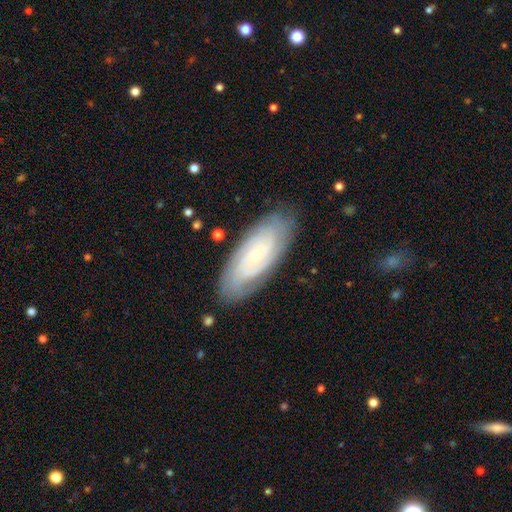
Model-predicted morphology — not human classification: Overall: featured or disk (78%). Edge-on disk: no (92%). Bar: no (77%). Spiral arms: yes (93%). Spiral arm count: can't tell (42%; 2 24%). Spiral winding: tight (76%). Bulge size: small (81%). Merging: none (82%).